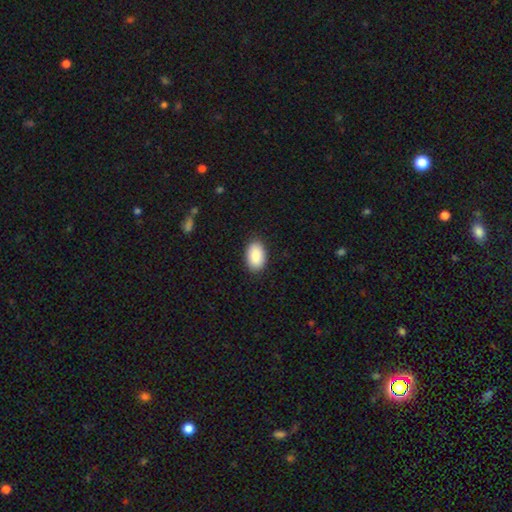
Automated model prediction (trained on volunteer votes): A smooth galaxy with no disk features (90%) that is in between round and cigar-shaped (92%). Merging: none (89%).